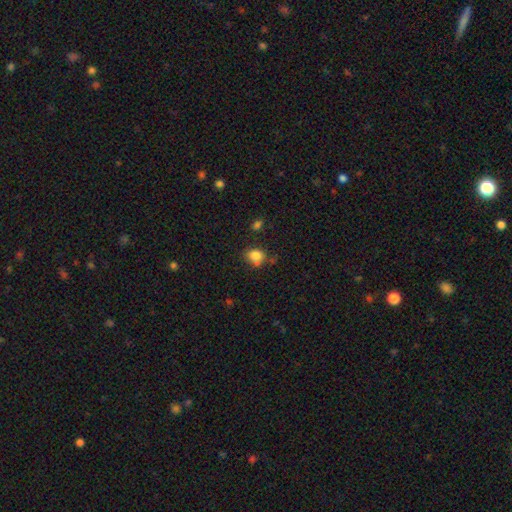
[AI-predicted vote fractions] Smooth or featured: smooth — 83% (star or artifact — 11%)
How rounded: in between — 54% (round — 45%)
Merging: none — 63% (minor disturbance — 21%)